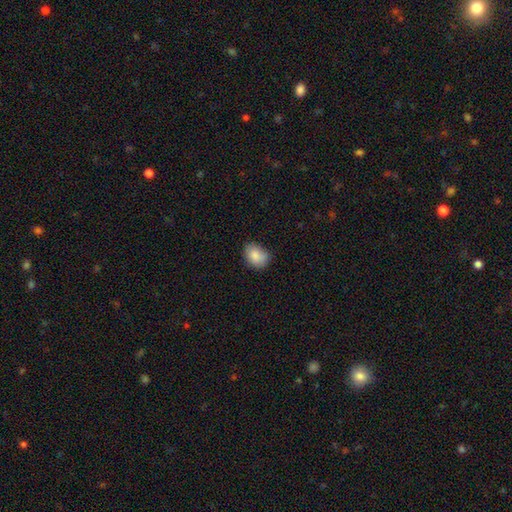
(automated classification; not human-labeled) Smooth or featured: smooth — 86% (star or artifact — 8%)
How rounded: in between — 63% (round — 36%)
Merging: none — 70% (minor disturbance — 25%)